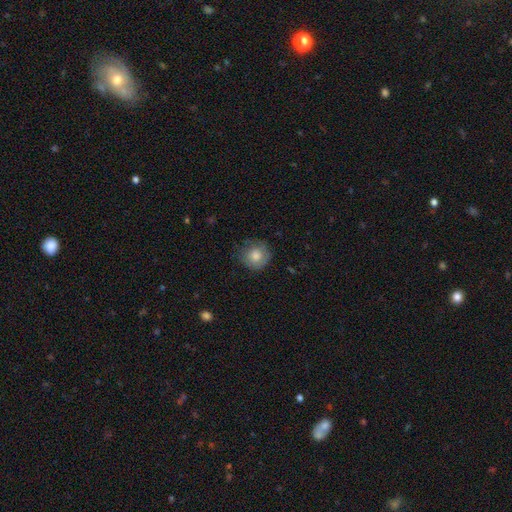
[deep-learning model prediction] A smooth galaxy with no disk features (74%) that is round (90%).

Vote fractions:
- Smooth or featured? smooth: 74% / featured or disk: 17% / star or artifact: 9%
- How rounded? round: 90% / in between: 9% / cigar-shaped: 1%
- Merging? none: 73% / minor disturbance: 20% / major disturbance: 6% / merger: 1%